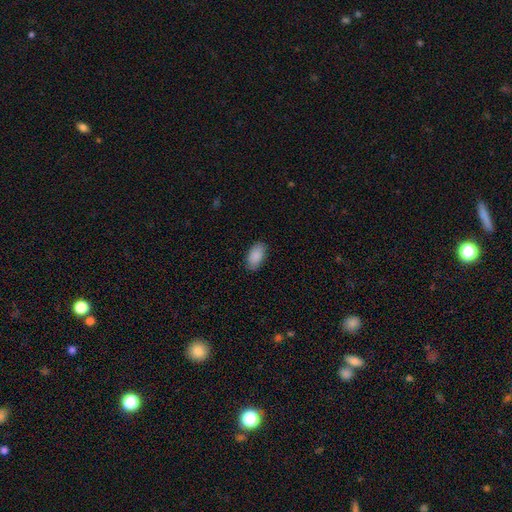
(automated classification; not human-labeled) This appears to be a smooth galaxy with no disk features (90%) that is in between round and cigar-shaped (95%). Merging: none (86%).